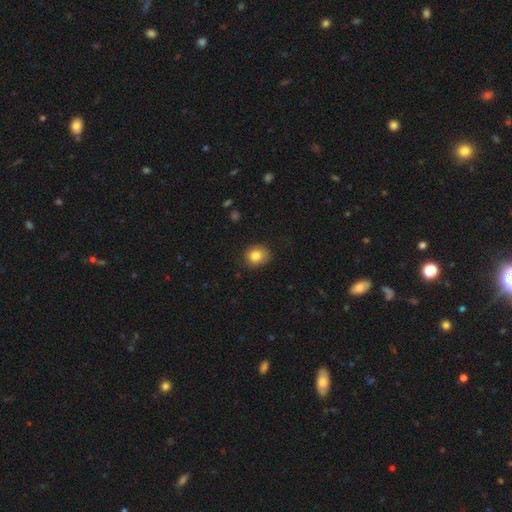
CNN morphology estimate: smooth-or-featured: smooth: 83% | star or artifact: 10% | featured or disk: 7%
  how-rounded: round: 70% | in between: 29% | cigar-shaped: 1%
  merging: none: 81% | minor disturbance: 15% | major disturbance: 3% | merger: 1%